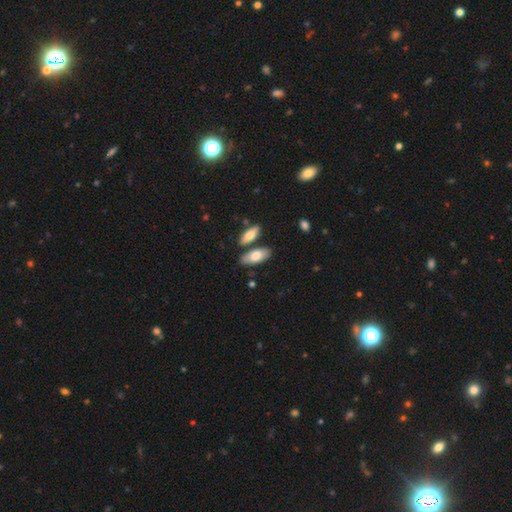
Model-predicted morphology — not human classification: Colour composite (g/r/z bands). It shows a smooth galaxy with no disk features (74%) that is in between round and cigar-shaped (82%). Merging: none (69%).